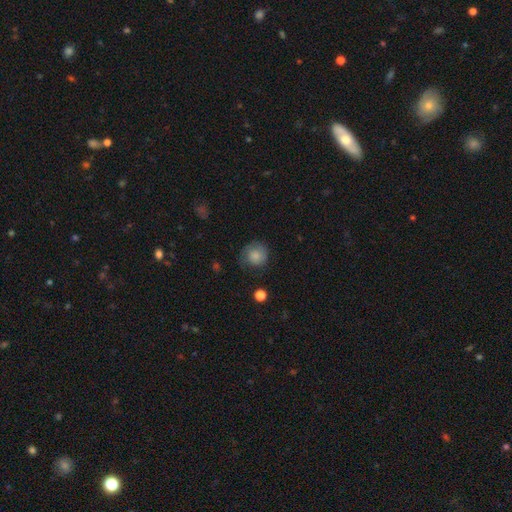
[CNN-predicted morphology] A smooth galaxy with no disk features (80%) that is round (87%).

Vote fractions:
- Smooth or featured? smooth: 80% / featured or disk: 11% / star or artifact: 9%
- How rounded? round: 87% / in between: 12% / cigar-shaped: 1%
- Merging? none: 65% / minor disturbance: 25% / major disturbance: 9% / merger: 1%